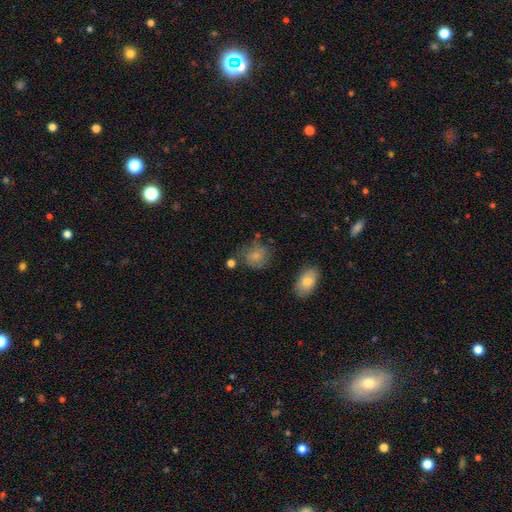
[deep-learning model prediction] This is clearly a smooth galaxy (80%). How rounded: likely round (71%). Merging: likely none (62%).